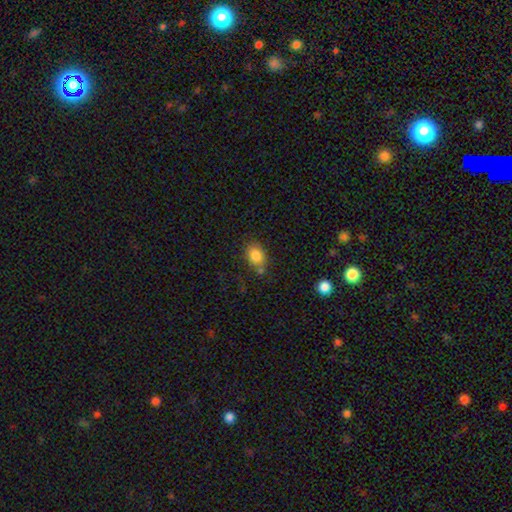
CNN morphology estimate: Q: Smooth or featured?
A: smooth (84%); runner-up: star or artifact (9%)
Q: How rounded?
A: in between (66%); runner-up: round (33%)
Q: Merging?
A: none (68%); runner-up: minor disturbance (17%)